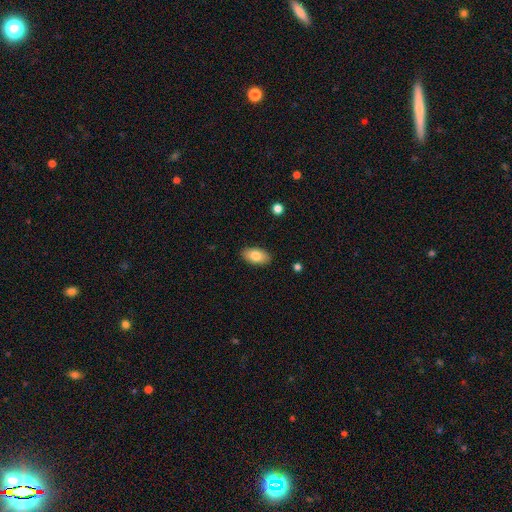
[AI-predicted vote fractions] This is clearly a smooth galaxy (81%). How rounded: clearly in between (94%). Merging: clearly none (89%).